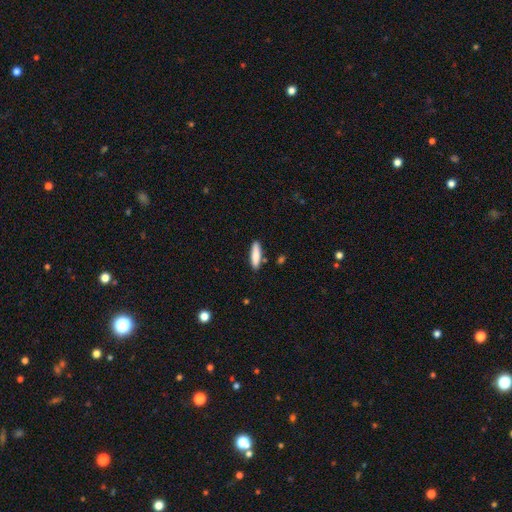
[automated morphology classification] Smooth or featured? smooth (83%)
How rounded? cigar-shaped (69%)
Merging? none (84%)